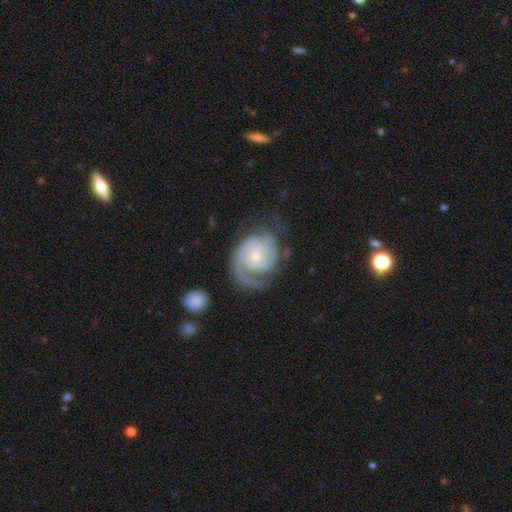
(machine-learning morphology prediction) Overall: featured or disk (86%). Edge-on disk: no (98%). Bar: no (69%). Spiral arms: yes (96%). Spiral arm count: 2 (41%; 1 18%). Spiral winding: tight (53%; medium 35%). Bulge size: small (63%; moderate 32%). Merging: none (57%; minor disturbance 21%).